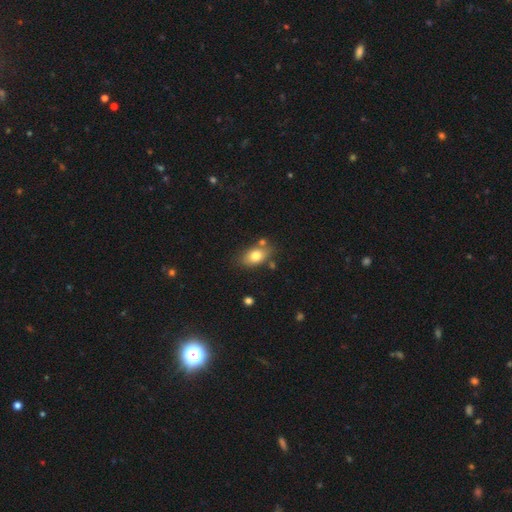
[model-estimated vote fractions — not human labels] Overall: smooth (78%). How rounded: in between (85%). Merging: none (70%).